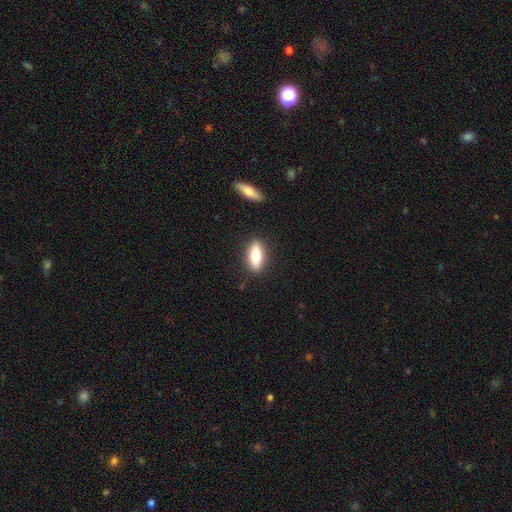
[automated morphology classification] A smooth galaxy with no disk features (70%) that is in between round and cigar-shaped (72%). Merging: none (87%).